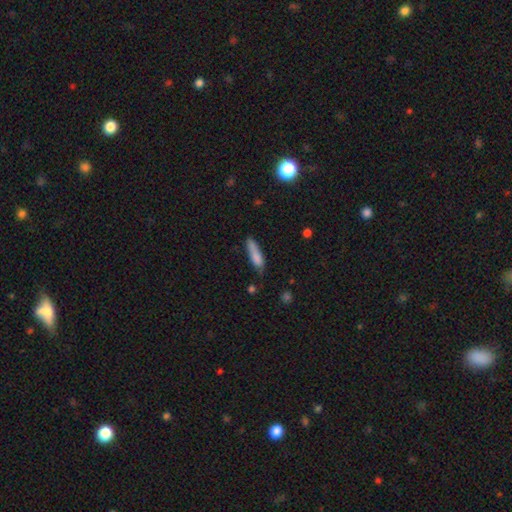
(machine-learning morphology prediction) A smooth galaxy with no disk features (81%) that is cigar-shaped (68%). Merging: none (54%).